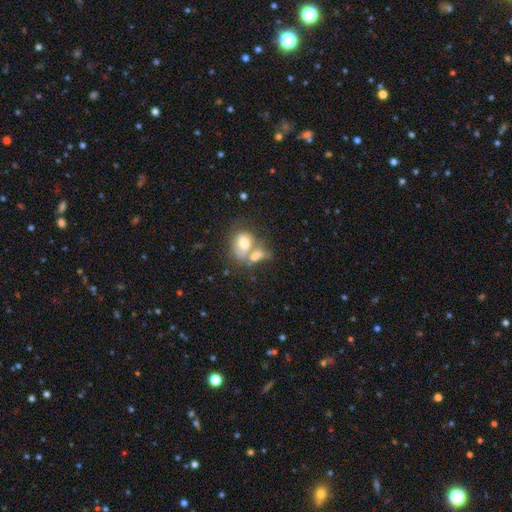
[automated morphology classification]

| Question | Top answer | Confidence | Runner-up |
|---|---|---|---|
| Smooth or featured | smooth | 65% | featured or disk (26%) |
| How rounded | in between | 71% | round (26%) |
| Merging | merger | 61% | none (20%) |